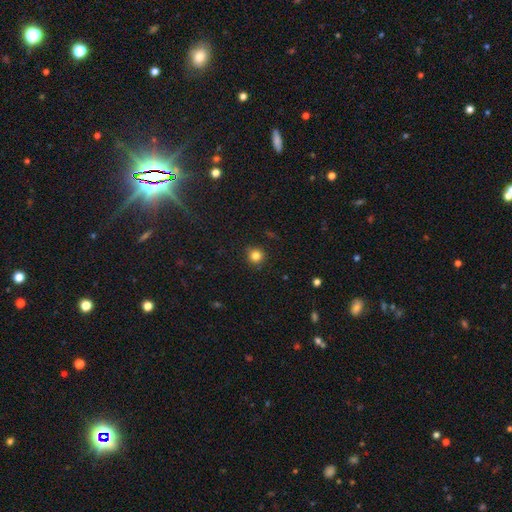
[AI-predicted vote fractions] smooth_or_featured: smooth (p=0.82) [alt: star or artifact p=0.13]
how_rounded: round (p=0.94) [alt: in between p=0.05]
merging: none (p=0.90) [alt: minor disturbance p=0.07]